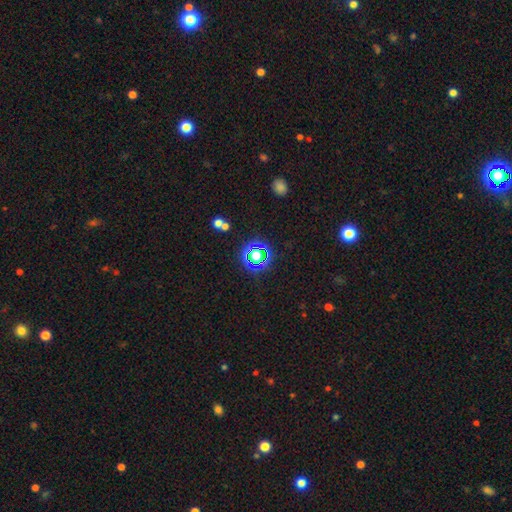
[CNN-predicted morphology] smooth-or-featured: star or artifact: 59% | smooth: 29% | featured or disk: 12%